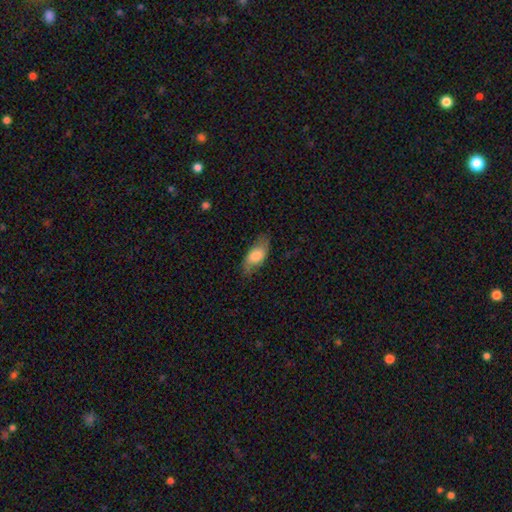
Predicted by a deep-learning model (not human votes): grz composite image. It shows a smooth galaxy with no disk features (73%) that is in between round and cigar-shaped (88%). Merging: none (72%).